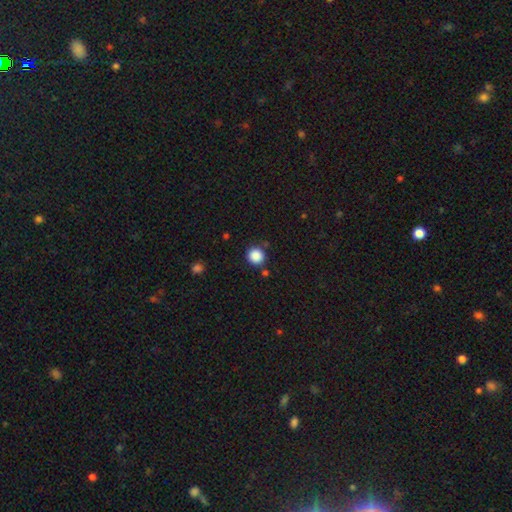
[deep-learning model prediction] Q: Smooth or featured?
A: smooth (87%); runner-up: star or artifact (10%)
Q: How rounded?
A: round (91%); runner-up: in between (8%)
Q: Merging?
A: none (84%); runner-up: minor disturbance (9%)